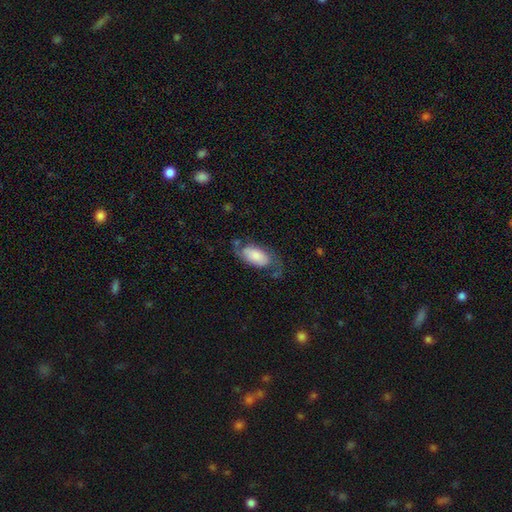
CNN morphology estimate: Smooth or featured: smooth — 48% (featured or disk — 45%)
Merging: none — 52% (minor disturbance — 26%)